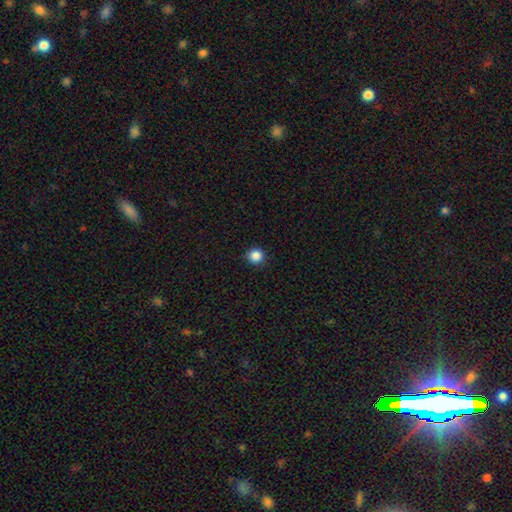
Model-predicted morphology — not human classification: Q: Smooth or featured?
A: smooth (86%); runner-up: star or artifact (11%)
Q: How rounded?
A: round (94%); runner-up: in between (5%)
Q: Merging?
A: none (91%); runner-up: minor disturbance (6%)